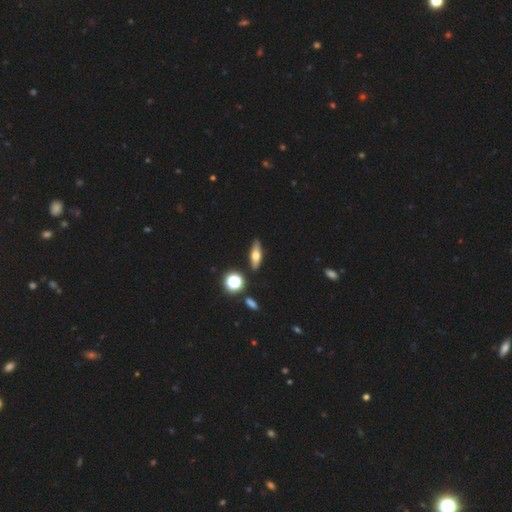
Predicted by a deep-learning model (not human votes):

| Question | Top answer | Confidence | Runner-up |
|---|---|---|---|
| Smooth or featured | smooth | 51% | featured or disk (38%) |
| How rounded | in between | 48% | cigar-shaped (45%) |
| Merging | none | 86% | minor disturbance (9%) |